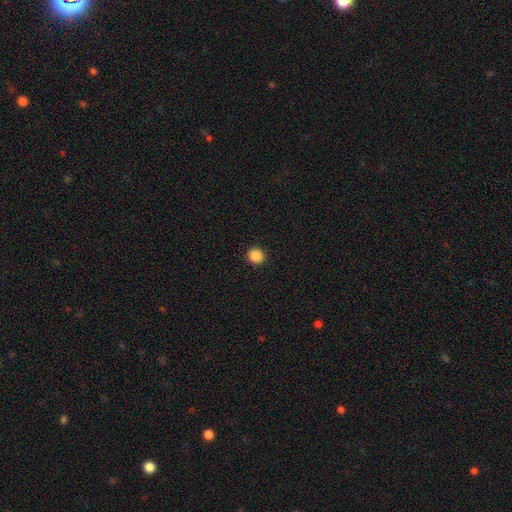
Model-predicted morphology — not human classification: A smooth galaxy with no disk features (88%) that is round (90%).

Vote fractions:
- Smooth or featured? smooth: 88% / star or artifact: 10% / featured or disk: 3%
- How rounded? round: 90% / in between: 9% / cigar-shaped: 1%
- Merging? none: 93% / minor disturbance: 4% / major disturbance: 2% / merger: 1%